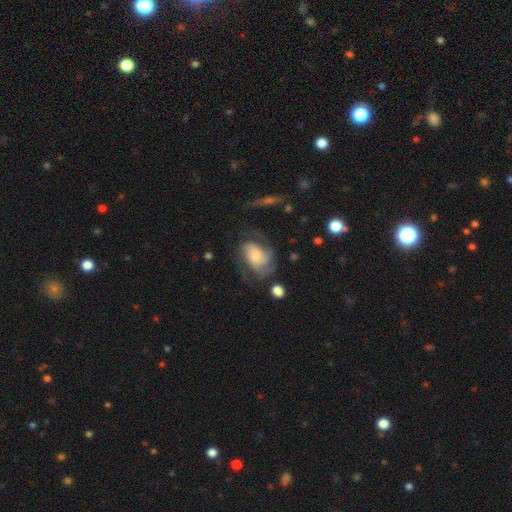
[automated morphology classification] smooth-or-featured: featured or disk: 61% | smooth: 31% | star or artifact: 8%
  disk-edge-on: no: 97% | yes: 3%
    bar: no: 56% | weak: 36% | strong: 8%
    has-spiral-arms: yes: 86% | no: 14%
      spiral-winding: medium: 45% | tight: 32% | loose: 23%
      spiral-arm-count: 2: 44% | can't tell: 28% | 3: 13% | 1: 9% | 4: 4% | more than 4: 3%
    bulge-size: moderate: 33% | small: 30% | large: 22% | none: 12% | dominant: 4%
  merging: none: 45% | major disturbance: 30% | minor disturbance: 23% | merger: 3%